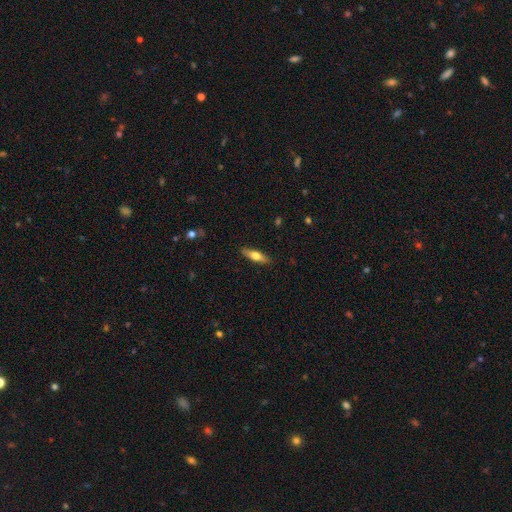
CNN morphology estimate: smooth-or-featured: smooth: 50% | featured or disk: 44% | star or artifact: 6%
  how-rounded: cigar-shaped: 62% | in between: 35% | round: 3%
  merging: none: 89% | minor disturbance: 8% | major disturbance: 2% | merger: 1%